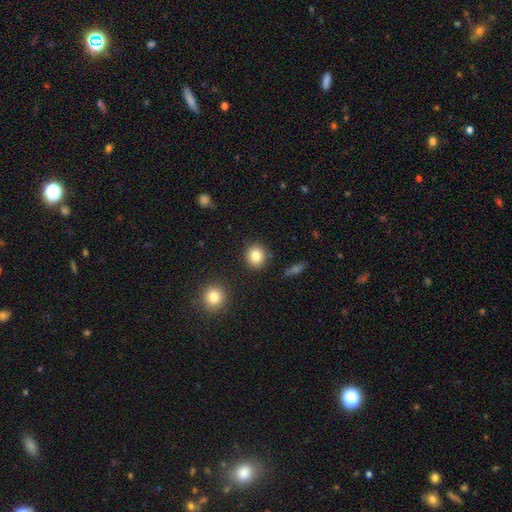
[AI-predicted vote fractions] smooth_or_featured: smooth (p=0.84) [alt: star or artifact p=0.09]
how_rounded: round (p=0.85) [alt: in between p=0.14]
merging: none (p=0.88) [alt: minor disturbance p=0.07]